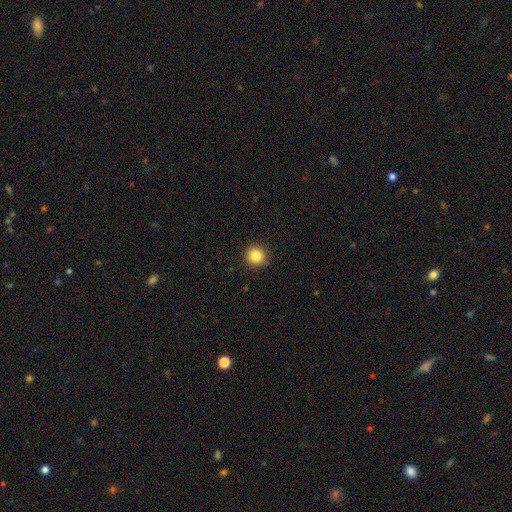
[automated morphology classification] Smooth or featured: smooth — 85% (star or artifact — 10%)
How rounded: round — 94% (in between — 5%)
Merging: none — 92% (minor disturbance — 6%)